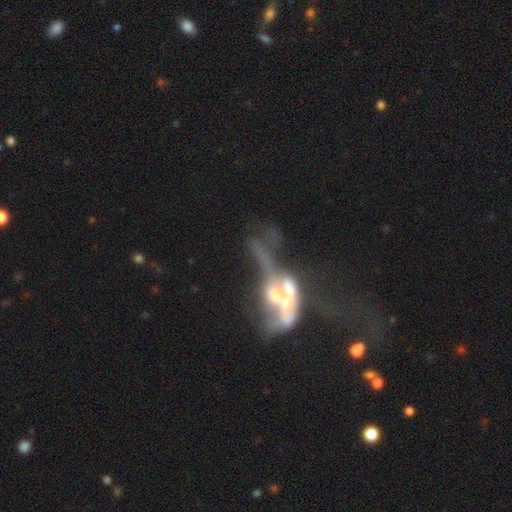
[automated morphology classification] type=featured or disk (64%); edge-on=no (77%); merging=merger (60%).